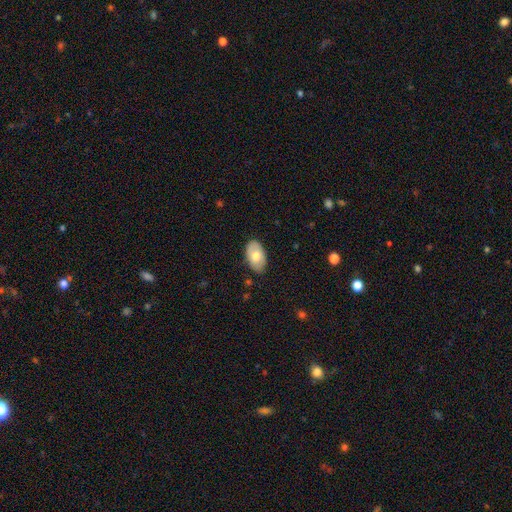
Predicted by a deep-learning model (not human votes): The model was most divided on "smooth or featured": smooth: 66%, featured or disk: 28%, star or artifact: 6%. More confident: how rounded — in between (93%); merging — none (83%).